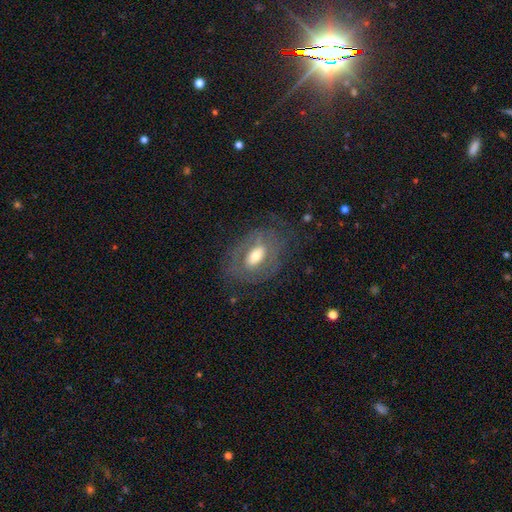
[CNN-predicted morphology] Smooth or featured? featured or disk (58%)
Edge-on disk? no (91%)
Bar? no (50%)
Spiral arms? no (59%)
Bulge size? moderate (61%)
Merging? none (65%)